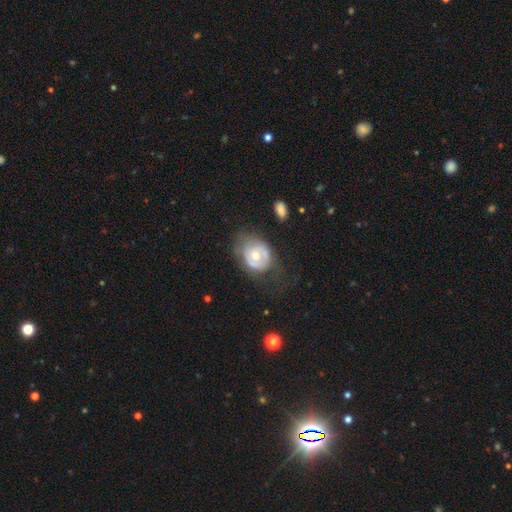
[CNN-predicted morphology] Smooth or featured?
  - featured or disk: 54% *
  - smooth: 40%
  - star or artifact: 7%
Edge-on disk?
  - no: 95% *
  - yes: 5%
Bar?
  - no: 81% *
  - weak: 15%
  - strong: 4%
Spiral arms?
  - no: 65% *
  - yes: 35%
Bulge size?
  - moderate: 72% *
  - small: 21%
  - large: 5%
  - none: 1%
  - dominant: 1%
Merging?
  - none: 46% *
  - minor disturbance: 28%
  - major disturbance: 23%
  - merger: 3%